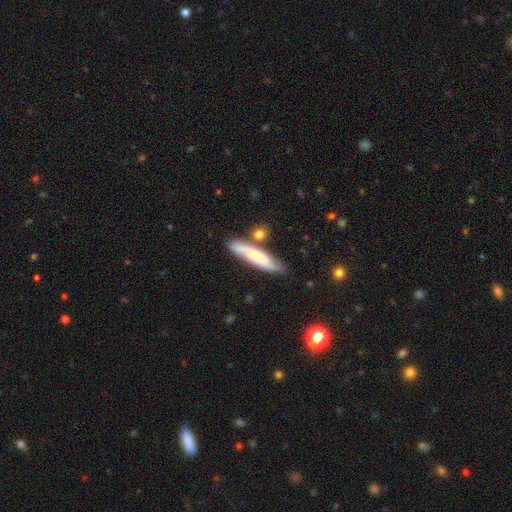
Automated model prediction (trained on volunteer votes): Morphology: type=smooth (53%); roundness=cigar-shaped (78%); merging=none (68%).